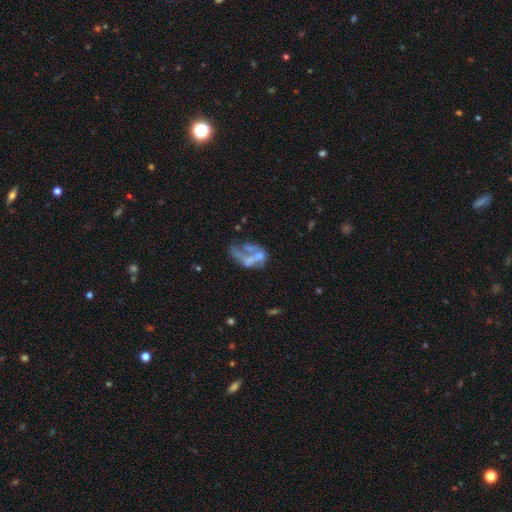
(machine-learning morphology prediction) Smooth or featured?
  - featured or disk: 60% *
  - smooth: 26%
  - star or artifact: 14%
Edge-on disk?
  - no: 97% *
  - yes: 3%
Bar?
  - no: 85% *
  - weak: 10%
  - strong: 5%
Spiral arms?
  - no: 88% *
  - yes: 12%
Bulge size?
  - none: 72% *
  - small: 13%
  - moderate: 11%
  - large: 3%
  - dominant: 1%
Merging?
  - major disturbance: 34% *
  - merger: 26%
  - none: 25%
  - minor disturbance: 14%